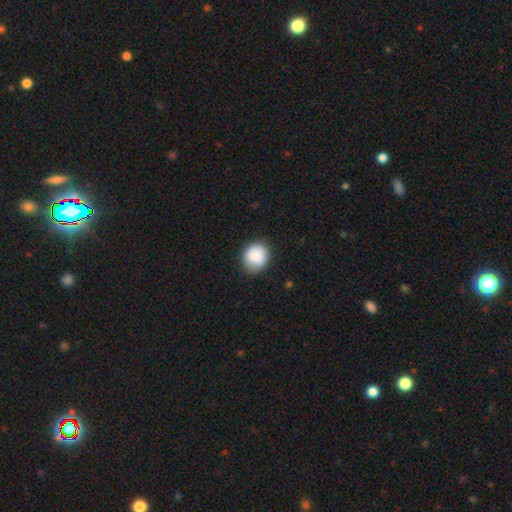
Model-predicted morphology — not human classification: This appears to be a smooth galaxy with no disk features (87%) that is round (80%). Merging: none (78%).